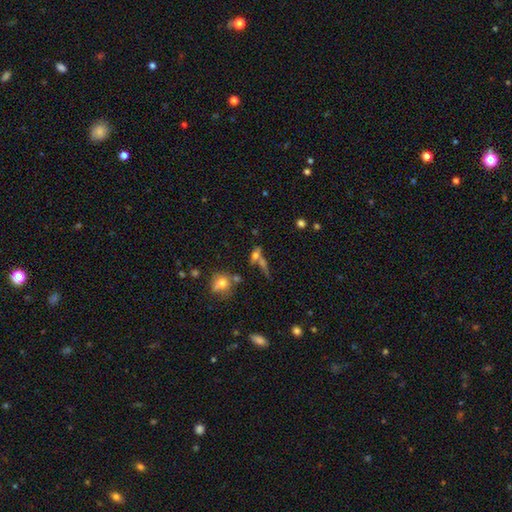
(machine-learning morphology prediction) type=smooth (54%); roundness=in between (46%); merging=none (44%).